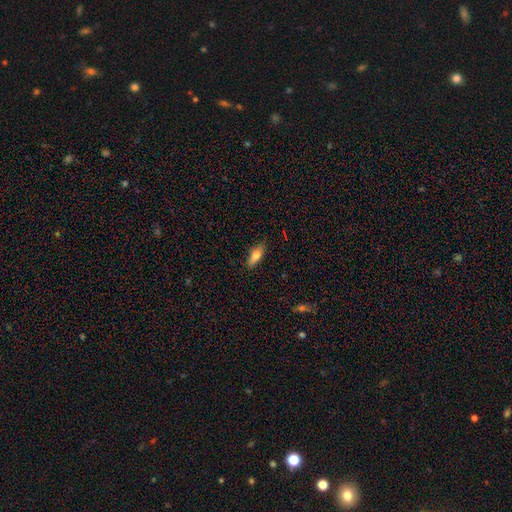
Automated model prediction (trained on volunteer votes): smooth_or_featured: smooth (p=0.75) [alt: featured or disk p=0.18]
how_rounded: in between (p=0.68) [alt: cigar-shaped p=0.30]
merging: none (p=0.83) [alt: minor disturbance p=0.13]